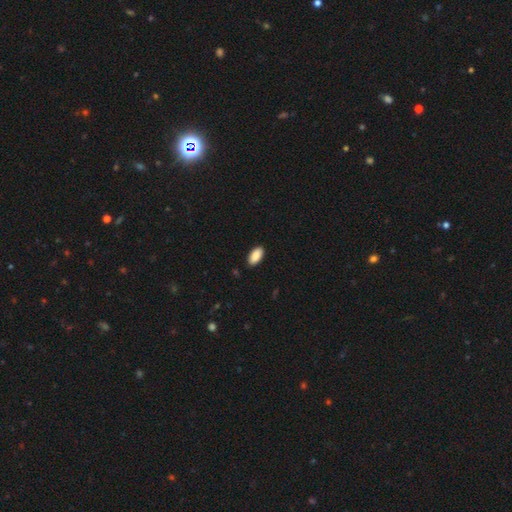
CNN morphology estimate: A smooth galaxy with no disk features (90%) that is in between round and cigar-shaped (93%). Merging: none (90%).